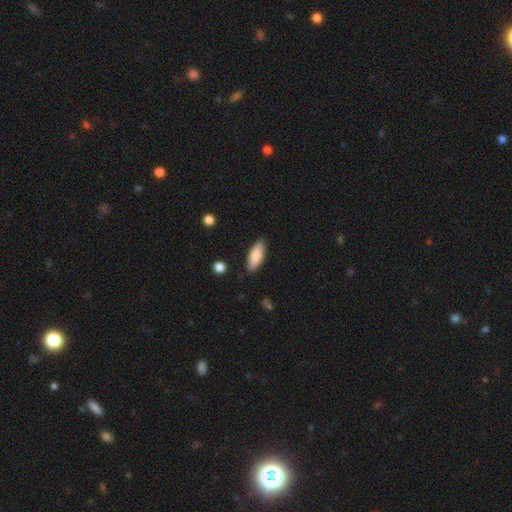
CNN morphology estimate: smooth 79%, featured or disk 15%, star or artifact 6%. Down the decision tree: how rounded — in between (74%); merging — none (85%).